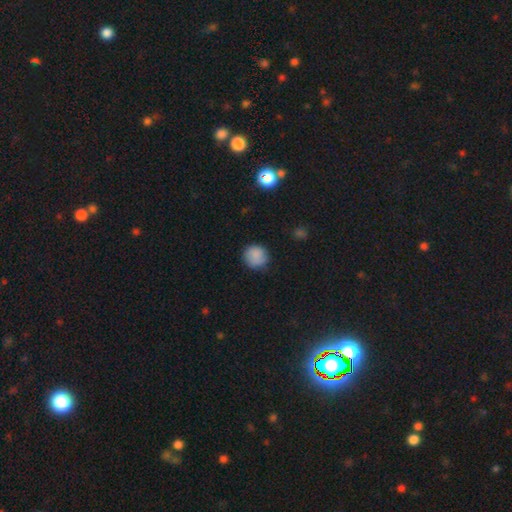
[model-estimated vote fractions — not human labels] Smooth or featured?
  - smooth: 86% *
  - star or artifact: 9%
  - featured or disk: 5%
How rounded?
  - round: 90% *
  - in between: 9%
  - cigar-shaped: 1%
Merging?
  - none: 81% *
  - minor disturbance: 15%
  - major disturbance: 3%
  - merger: 1%